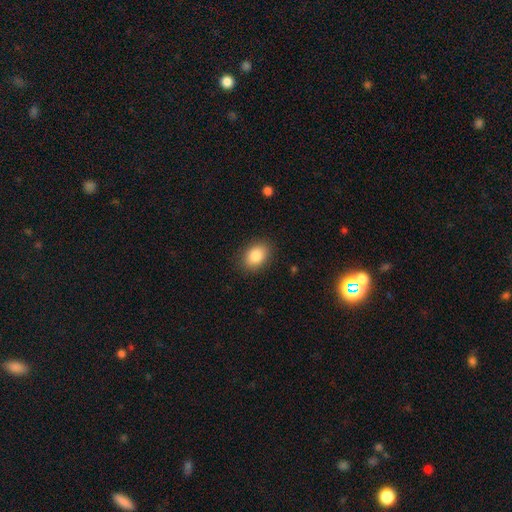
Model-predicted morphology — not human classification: Smooth or featured?
  - smooth: 85% *
  - star or artifact: 8%
  - featured or disk: 7%
How rounded?
  - in between: 75% *
  - round: 24%
  - cigar-shaped: 1%
Merging?
  - none: 87% *
  - minor disturbance: 9%
  - major disturbance: 3%
  - merger: 1%